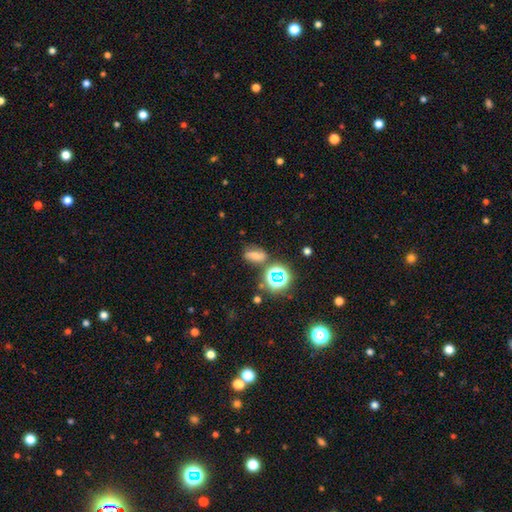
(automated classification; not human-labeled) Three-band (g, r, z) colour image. It shows a smooth galaxy with no disk features (54%) that is in between round and cigar-shaped (70%). Merging: none (61%).